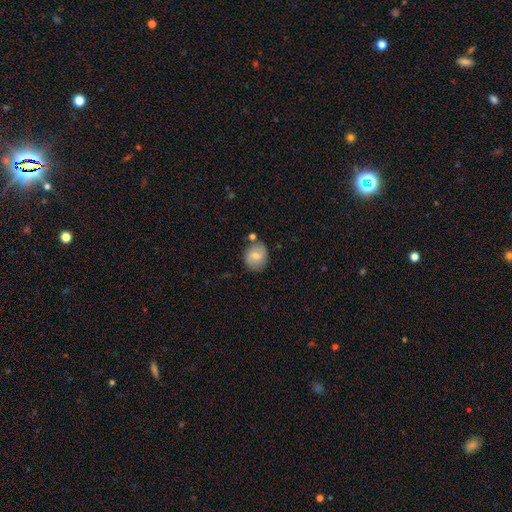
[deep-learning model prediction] Smooth or featured?
  - smooth: 68% *
  - featured or disk: 24%
  - star or artifact: 8%
How rounded?
  - round: 66% *
  - in between: 33%
  - cigar-shaped: 1%
Merging?
  - none: 70% *
  - minor disturbance: 16%
  - merger: 9%
  - major disturbance: 4%